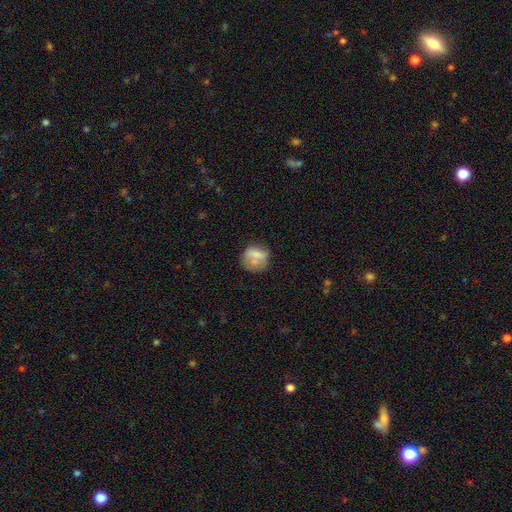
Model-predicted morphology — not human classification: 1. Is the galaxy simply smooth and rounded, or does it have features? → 68% smooth, 23% featured or disk, 9% star or artifact.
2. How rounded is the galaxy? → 83% round, 16% in between, 1% cigar-shaped.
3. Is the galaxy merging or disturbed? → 63% none, 23% minor disturbance, 11% major disturbance, 3% merger.